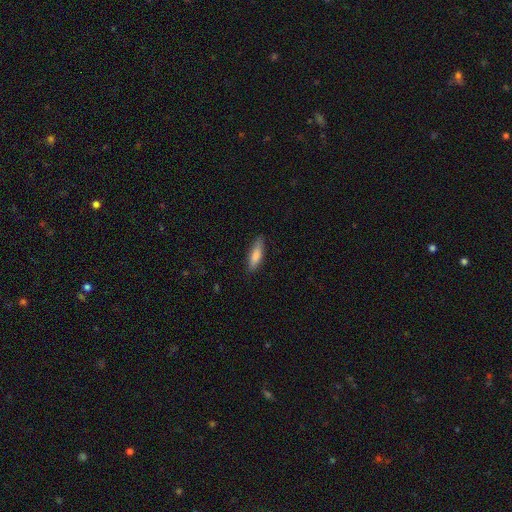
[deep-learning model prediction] Morphology: type=smooth (81%); roundness=cigar-shaped (63%); merging=none (83%).